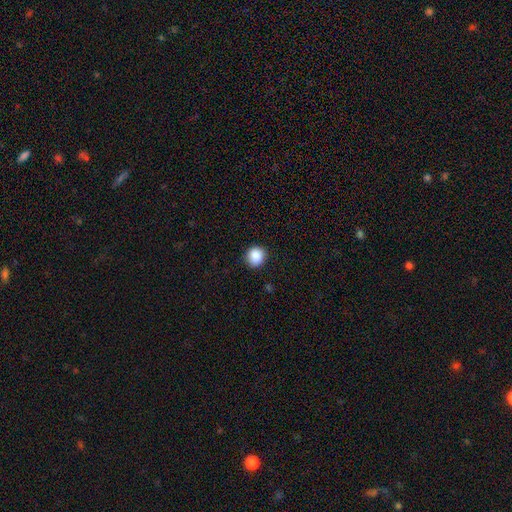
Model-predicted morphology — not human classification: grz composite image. It shows a smooth galaxy with no disk features (88%) that is round (86%). Merging: none (88%).